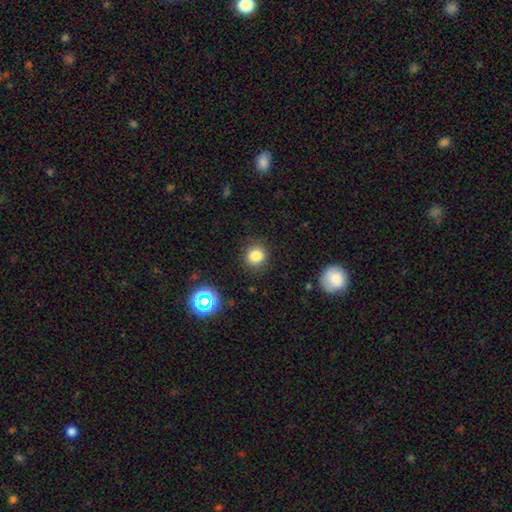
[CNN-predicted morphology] Overall: smooth (81%). How rounded: round (89%). Merging: none (88%).